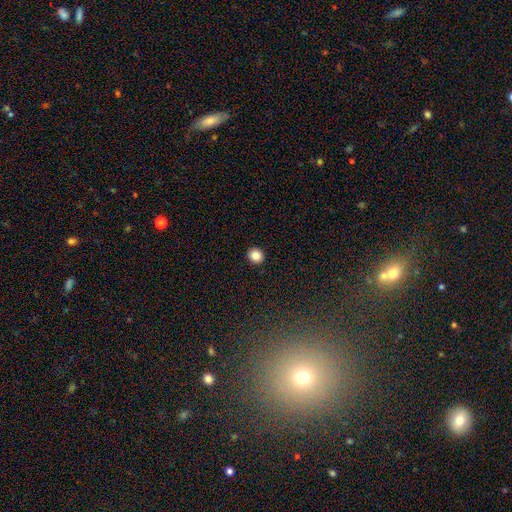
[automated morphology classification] The model was most divided on "how rounded": round: 84%, in between: 15%, cigar-shaped: 1%. More confident: merging — none (93%); smooth or featured — smooth (86%).